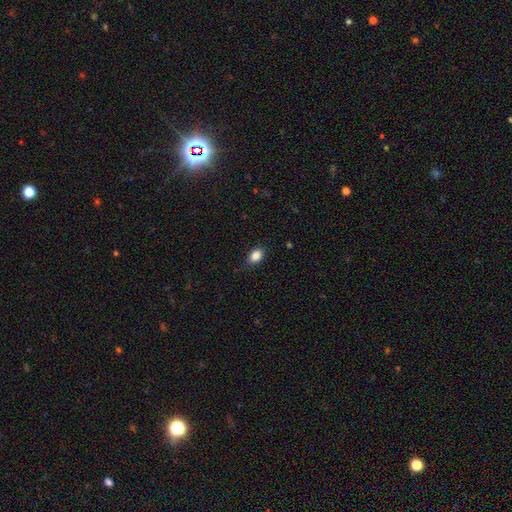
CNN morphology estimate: A smooth galaxy with no disk features (86%) that is in between round and cigar-shaped (76%).

Vote fractions:
- Smooth or featured? smooth: 86% / star or artifact: 9% / featured or disk: 5%
- How rounded? in between: 76% / round: 22% / cigar-shaped: 2%
- Merging? none: 74% / minor disturbance: 20% / major disturbance: 4% / merger: 1%